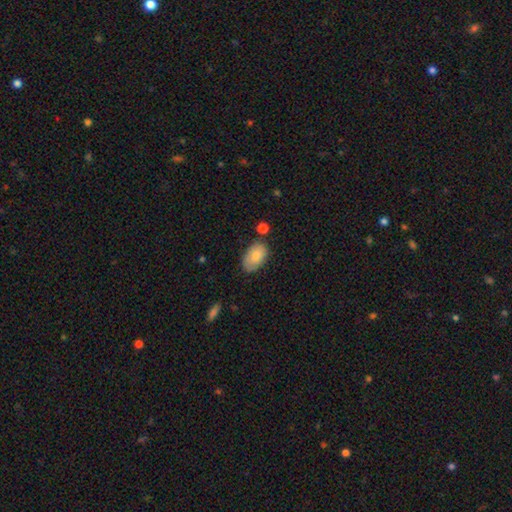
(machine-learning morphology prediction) type=smooth (82%); roundness=in between (92%); merging=none (74%).